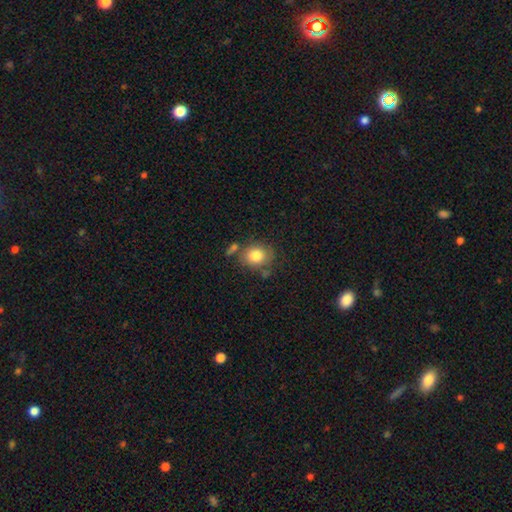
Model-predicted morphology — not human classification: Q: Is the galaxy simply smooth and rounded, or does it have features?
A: smooth — 80%.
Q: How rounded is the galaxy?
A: round — 68%.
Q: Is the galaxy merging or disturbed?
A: none — 69%.